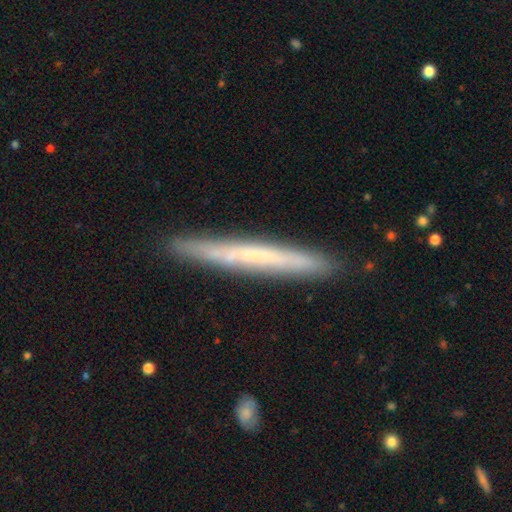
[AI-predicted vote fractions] Morphology: type=featured or disk (50%); merging=none (88%).